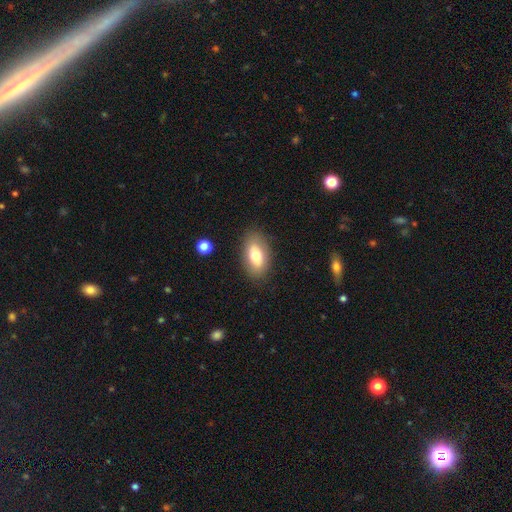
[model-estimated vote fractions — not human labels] Overall: smooth (72%). How rounded: in between (90%). Merging: none (84%).